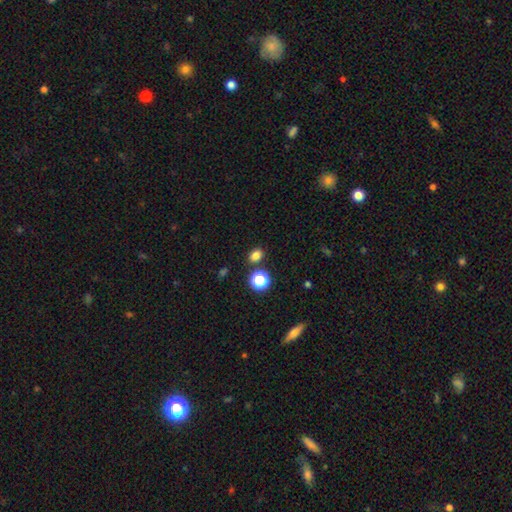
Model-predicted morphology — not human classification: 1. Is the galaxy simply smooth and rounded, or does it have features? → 79% smooth, 17% star or artifact, 5% featured or disk.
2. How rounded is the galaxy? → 58% in between, 41% round, 1% cigar-shaped.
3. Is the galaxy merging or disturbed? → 82% none, 9% minor disturbance, 6% merger, 3% major disturbance.